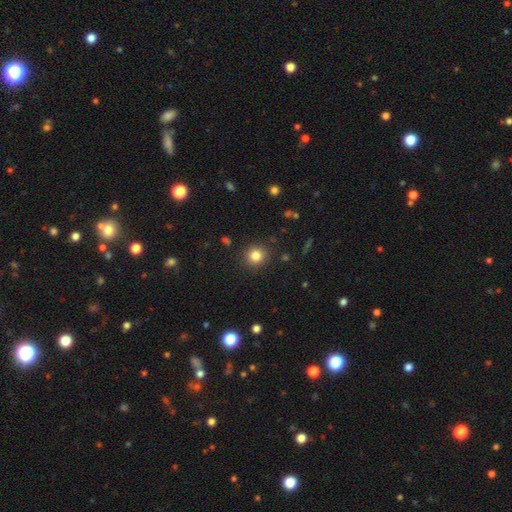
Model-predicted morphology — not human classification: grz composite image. It shows a smooth galaxy with no disk features (83%) that is round (88%). Merging: none (90%).